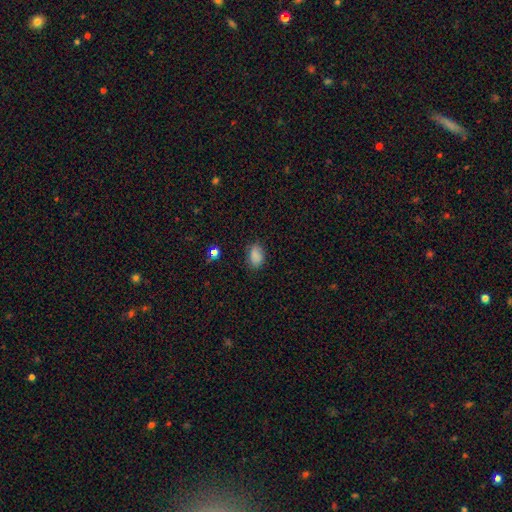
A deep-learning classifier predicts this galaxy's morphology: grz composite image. It shows a smooth galaxy with no disk features (85%) that is in between round and cigar-shaped (85%). Merging: none (77%).